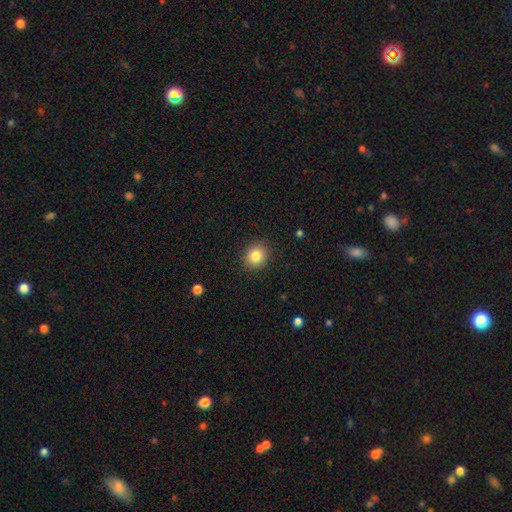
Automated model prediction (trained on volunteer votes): Q: Smooth or featured?
A: smooth (84%); runner-up: star or artifact (10%)
Q: How rounded?
A: round (76%); runner-up: in between (24%)
Q: Merging?
A: none (89%); runner-up: minor disturbance (8%)